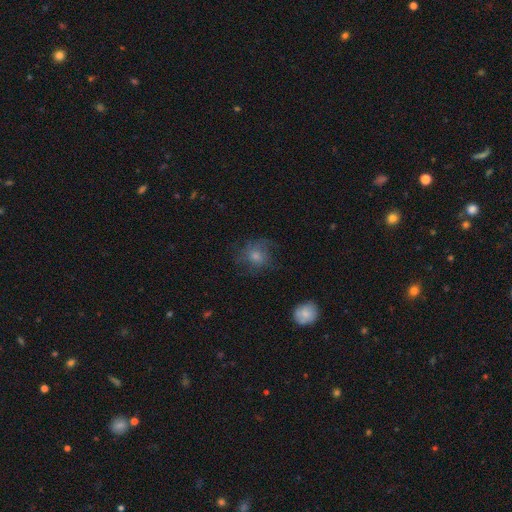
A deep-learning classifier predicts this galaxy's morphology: Smooth or featured? Predicted: smooth (p=0.66). How rounded? Predicted: round (p=0.77). Merging? Predicted: none (p=0.56).